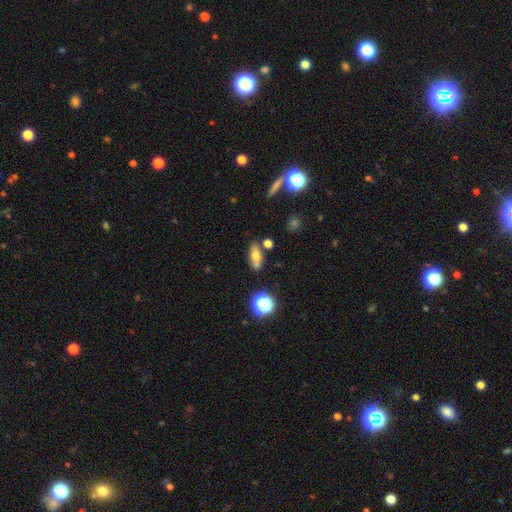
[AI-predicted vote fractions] smooth-or-featured: smooth: 62% | featured or disk: 25% | star or artifact: 13%
  how-rounded: in between: 67% | cigar-shaped: 21% | round: 12%
  merging: none: 62% | merger: 18% | minor disturbance: 15% | major disturbance: 5%